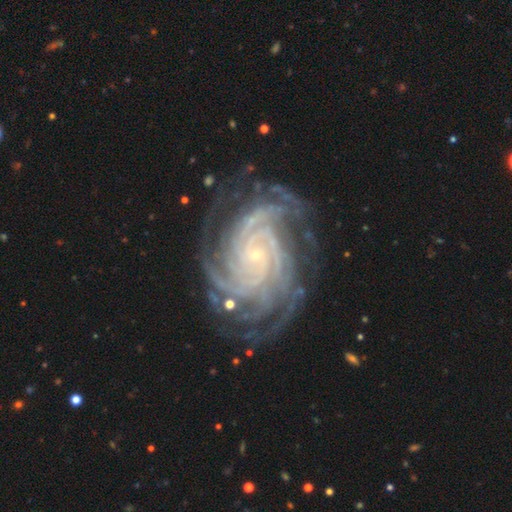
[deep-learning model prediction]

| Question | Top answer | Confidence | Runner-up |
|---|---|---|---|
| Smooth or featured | featured or disk | 92% | star or artifact (5%) |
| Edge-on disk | no | 98% | yes (2%) |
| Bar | no | 72% | weak (19%) |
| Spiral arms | yes | 99% | no (1%) |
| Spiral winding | tight | 77% | medium (20%) |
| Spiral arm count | more than 4 | 31% | 4 (28%) |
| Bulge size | small | 87% | moderate (9%) |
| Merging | none | 75% | minor disturbance (16%) |